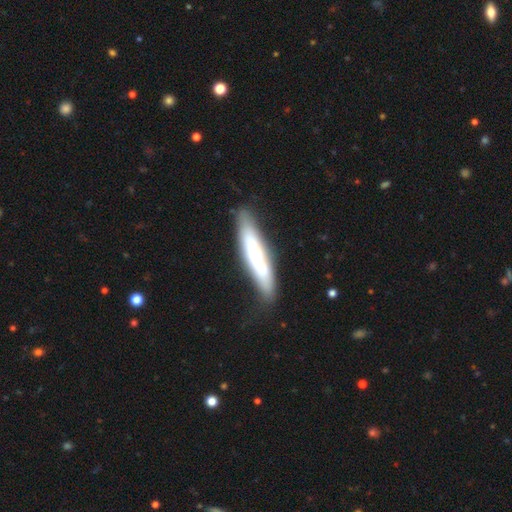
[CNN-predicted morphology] The model was most divided on "smooth or featured": featured or disk: 53%, smooth: 41%, star or artifact: 6%. More confident: merging — none (75%); edge-on disk — yes (74%).